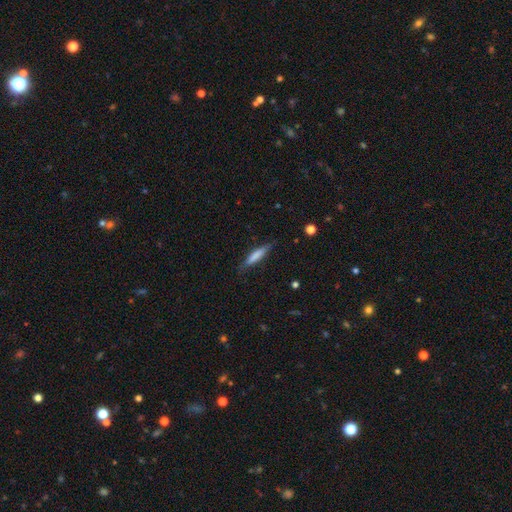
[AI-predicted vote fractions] The model was most divided on "smooth or featured": smooth: 71%, featured or disk: 23%, star or artifact: 6%. More confident: how rounded — cigar-shaped (86%); merging — none (81%).